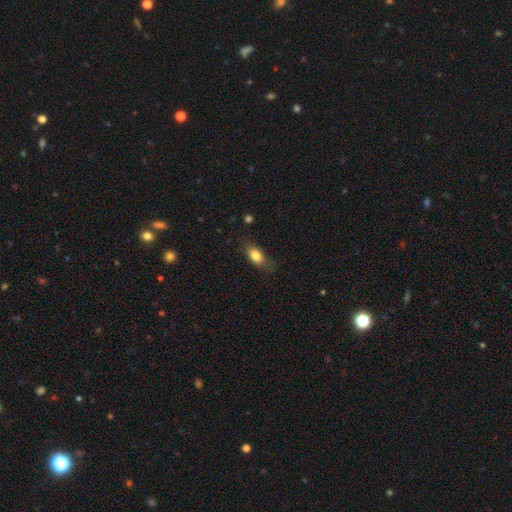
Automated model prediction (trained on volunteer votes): Smooth or featured? Predicted: smooth (p=0.82). How rounded? Predicted: in between (p=0.82). Merging? Predicted: none (p=0.73).